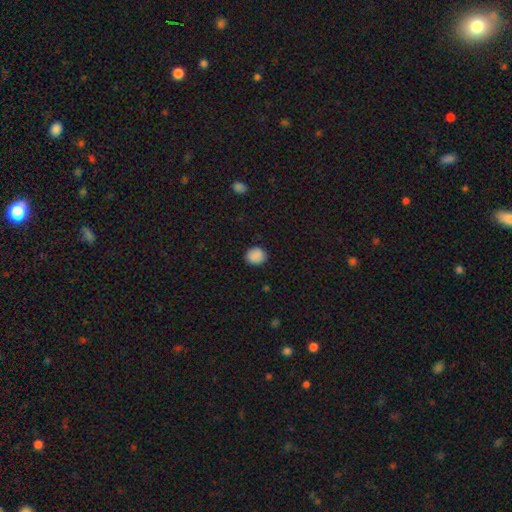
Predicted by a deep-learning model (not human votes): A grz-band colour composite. It shows a smooth galaxy with no disk features (88%) that is round (69%). Merging: none (88%).